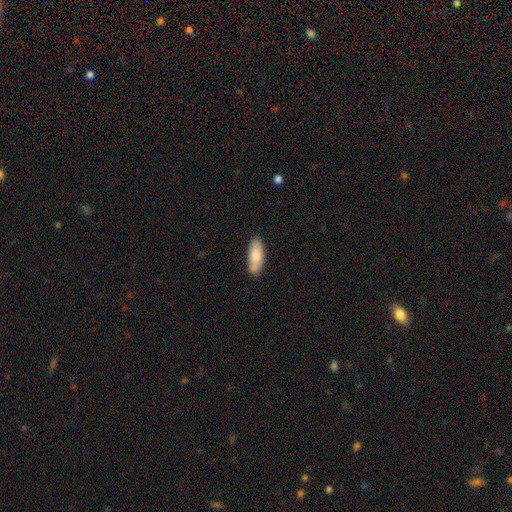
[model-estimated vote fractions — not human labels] A smooth galaxy with no disk features (83%) that is in between round and cigar-shaped (75%). Merging: none (84%).